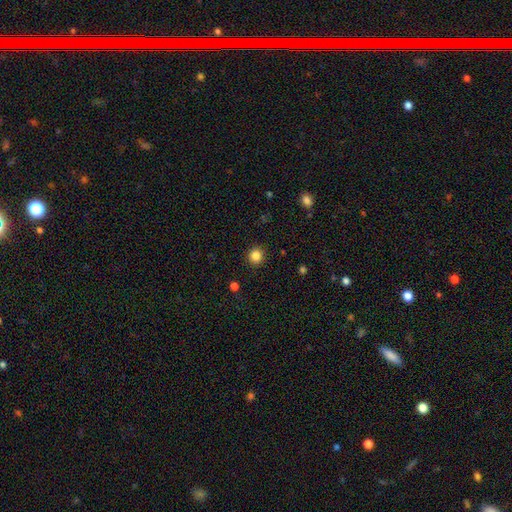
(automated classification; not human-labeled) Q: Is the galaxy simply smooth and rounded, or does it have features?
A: smooth — 84%.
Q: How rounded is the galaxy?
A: round — 92%.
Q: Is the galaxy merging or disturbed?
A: none — 92%.